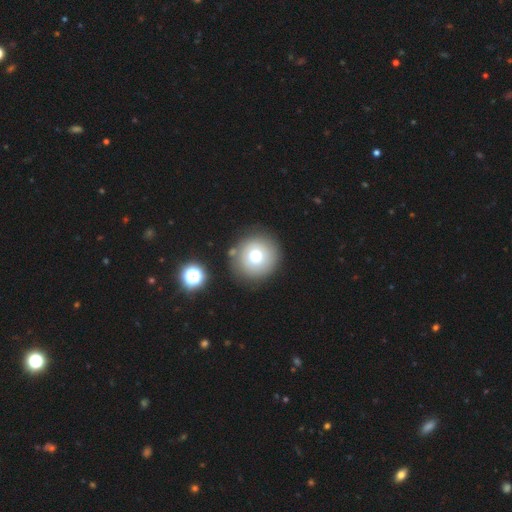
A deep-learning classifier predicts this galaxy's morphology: smooth-or-featured: smooth: 70% | featured or disk: 18% | star or artifact: 11%
  how-rounded: round: 95% | in between: 4% | cigar-shaped: 1%
  merging: none: 82% | minor disturbance: 10% | merger: 5% | major disturbance: 4%